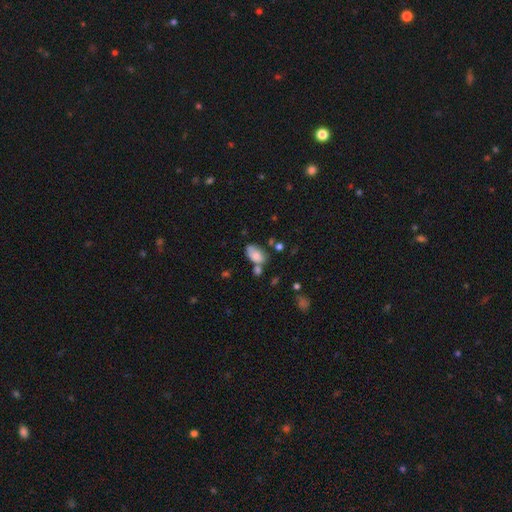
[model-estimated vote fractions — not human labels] smooth_or_featured: smooth (p=0.74) [alt: featured or disk p=0.18]
how_rounded: in between (p=0.91) [alt: round p=0.07]
merging: none (p=0.47) [alt: minor disturbance p=0.25]